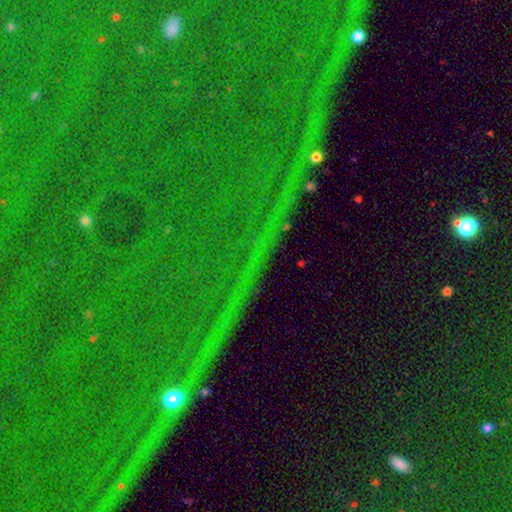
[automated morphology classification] This appears to be a star or artifact, not a galaxy (86%).